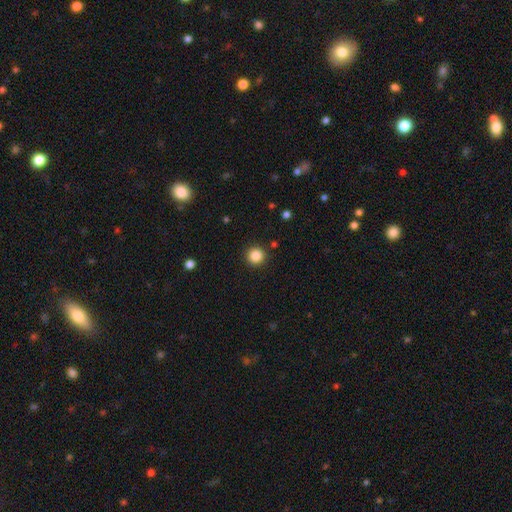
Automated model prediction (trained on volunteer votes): This is clearly a smooth galaxy (85%). How rounded: clearly round (95%). Merging: clearly none (92%).